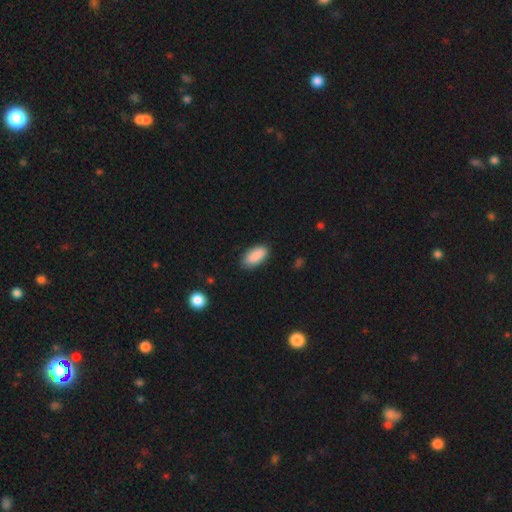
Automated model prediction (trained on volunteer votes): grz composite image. It shows a smooth galaxy with no disk features (90%) that is in between round and cigar-shaped (90%). Merging: none (85%).